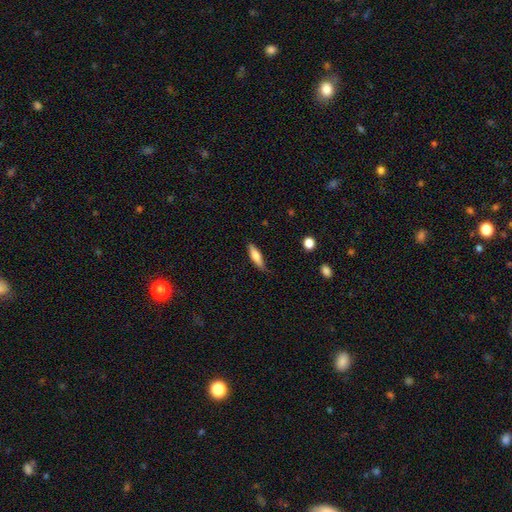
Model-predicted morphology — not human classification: type=smooth (70%); roundness=cigar-shaped (64%); merging=none (78%).